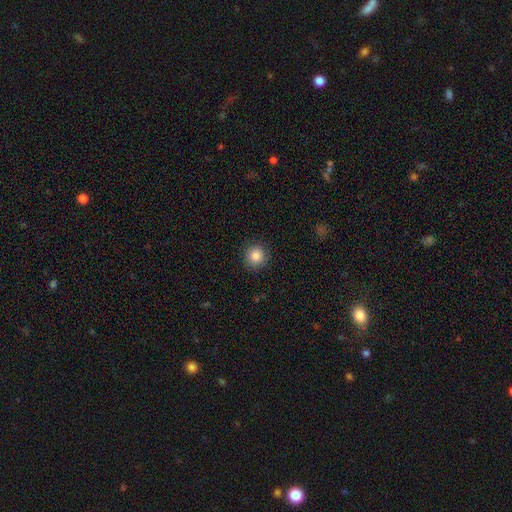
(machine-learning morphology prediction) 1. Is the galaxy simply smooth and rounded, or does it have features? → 85% smooth, 10% star or artifact, 5% featured or disk.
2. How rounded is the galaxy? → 94% round, 5% in between, 1% cigar-shaped.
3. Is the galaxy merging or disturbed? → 90% none, 7% minor disturbance, 2% major disturbance, 1% merger.